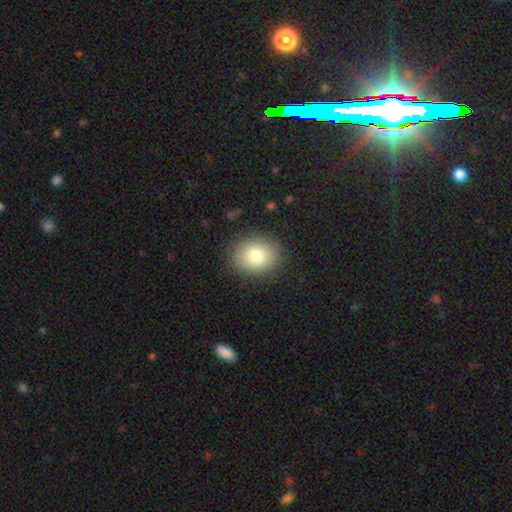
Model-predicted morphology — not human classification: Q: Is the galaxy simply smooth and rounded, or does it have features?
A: smooth — 81%.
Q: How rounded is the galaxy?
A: round — 62%.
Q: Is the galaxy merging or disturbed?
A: none — 87%.